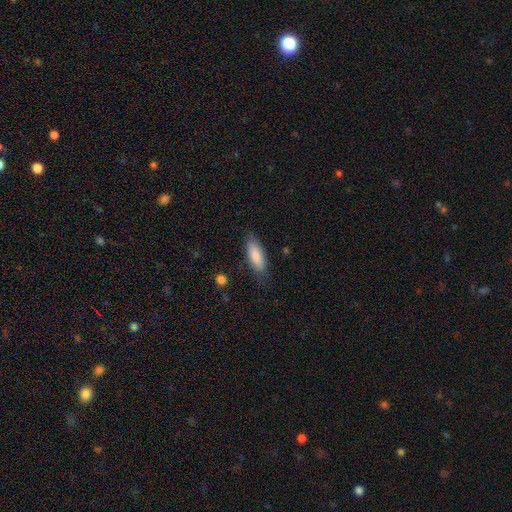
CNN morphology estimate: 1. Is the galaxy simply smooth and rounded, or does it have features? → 83% smooth, 11% featured or disk, 6% star or artifact.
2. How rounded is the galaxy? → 72% in between, 26% cigar-shaped, 2% round.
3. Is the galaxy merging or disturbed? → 76% none, 18% minor disturbance, 4% major disturbance, 1% merger.